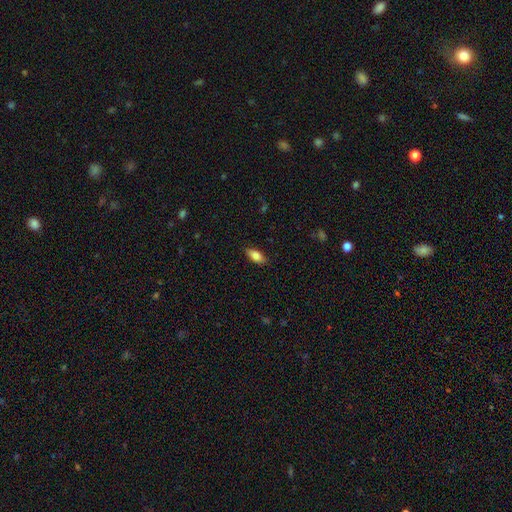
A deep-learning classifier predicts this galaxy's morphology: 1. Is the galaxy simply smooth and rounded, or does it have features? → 84% smooth, 9% featured or disk, 7% star or artifact.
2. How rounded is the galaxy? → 87% in between, 10% cigar-shaped, 3% round.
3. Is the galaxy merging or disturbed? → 87% none, 10% minor disturbance, 2% major disturbance, 1% merger.